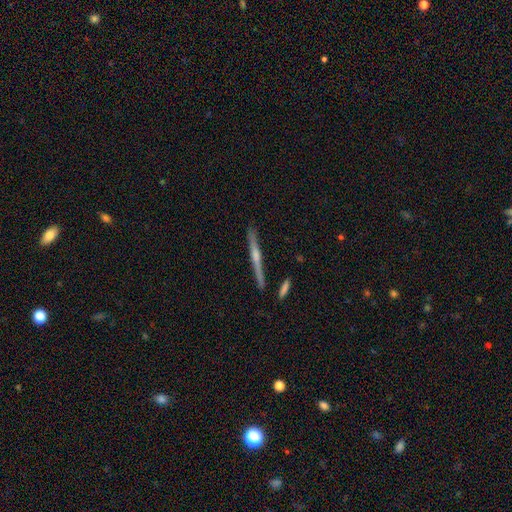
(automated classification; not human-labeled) The model was most divided on "smooth or featured": featured or disk: 72%, smooth: 22%, star or artifact: 6%. More confident: edge-on disk — yes (98%); merging — none (88%); edge-on bulge — rounded (71%).